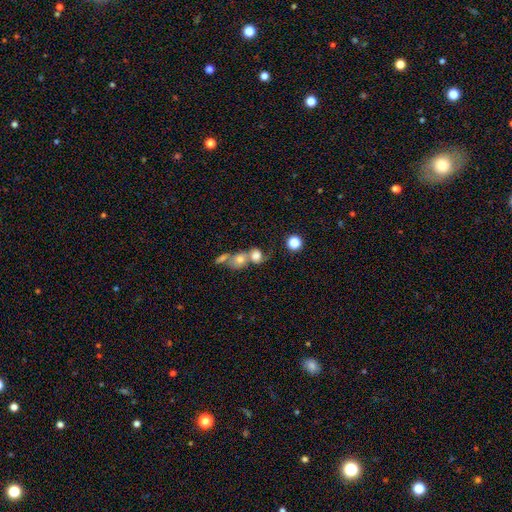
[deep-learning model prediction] This appears to be a smooth galaxy with no disk features (67%) that is round (65%). Merging: merger (63%).